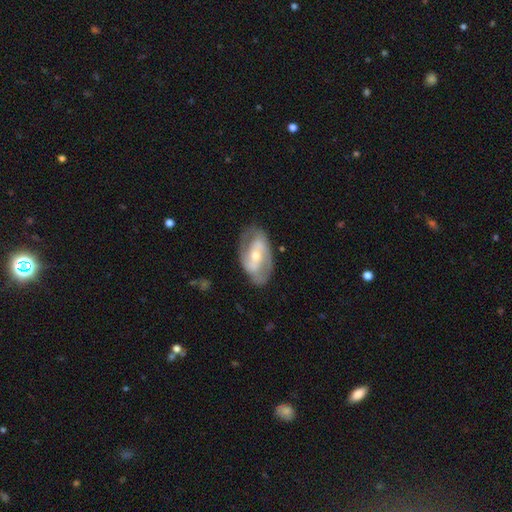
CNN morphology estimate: The model was most divided on "bar": weak: 36%, strong: 33%, no: 31%. Remaining: edge-on disk — no (94%); spiral arm count — 2 (81%); spiral arms — yes (80%); merging — none (77%); smooth or featured — featured or disk (76%); bulge size — moderate (53%); spiral winding — medium (46%).